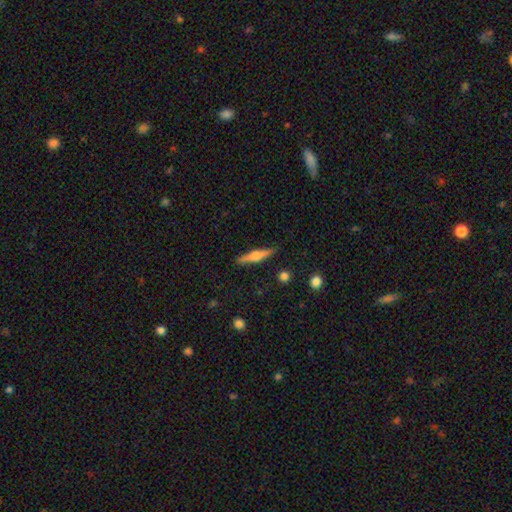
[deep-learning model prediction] Smooth or featured?
  - featured or disk: 59% *
  - smooth: 35%
  - star or artifact: 6%
Edge-on disk?
  - yes: 97% *
  - no: 3%
Edge-on bulge?
  - rounded: 88% *
  - boxy: 8%
  - none: 4%
Merging?
  - none: 89% *
  - minor disturbance: 8%
  - major disturbance: 2%
  - merger: 1%